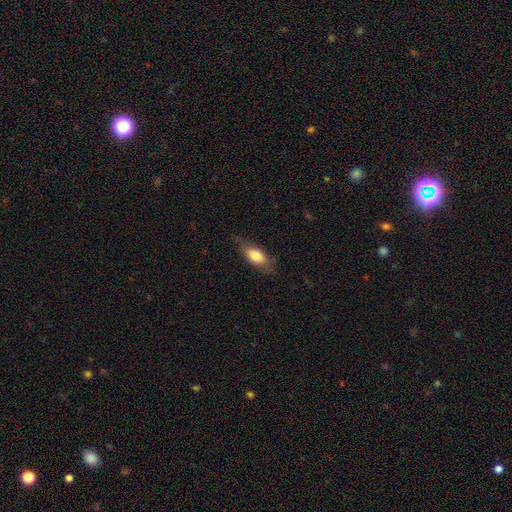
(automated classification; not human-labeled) Smooth or featured: smooth — 74% (featured or disk — 19%)
How rounded: in between — 82% (cigar-shaped — 14%)
Merging: none — 68% (minor disturbance — 23%)